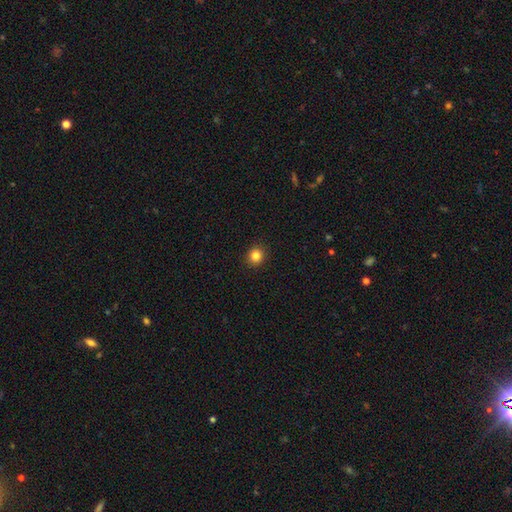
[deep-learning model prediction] The model was most divided on "smooth or featured": smooth: 83%, star or artifact: 12%, featured or disk: 5%. More confident: merging — none (93%); how rounded — round (90%).